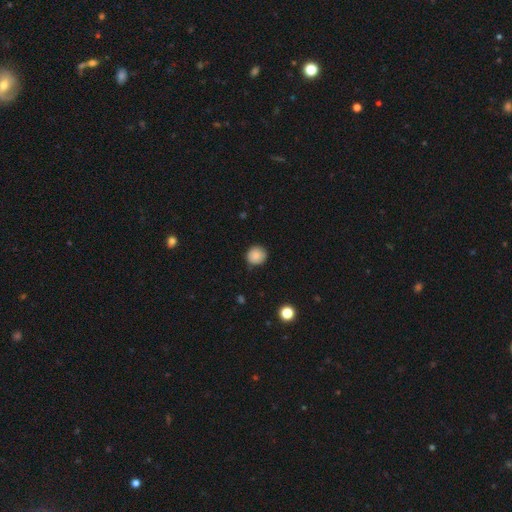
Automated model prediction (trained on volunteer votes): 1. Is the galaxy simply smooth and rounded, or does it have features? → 87% smooth, 9% star or artifact, 4% featured or disk.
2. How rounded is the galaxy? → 92% round, 7% in between, 1% cigar-shaped.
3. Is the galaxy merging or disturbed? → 85% none, 11% minor disturbance, 2% major disturbance, 1% merger.